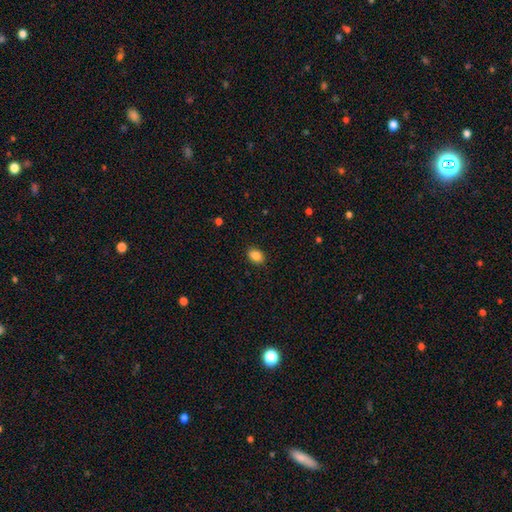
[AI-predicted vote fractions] Q: Smooth or featured?
A: smooth (87%); runner-up: star or artifact (9%)
Q: How rounded?
A: in between (70%); runner-up: round (29%)
Q: Merging?
A: none (89%); runner-up: minor disturbance (8%)